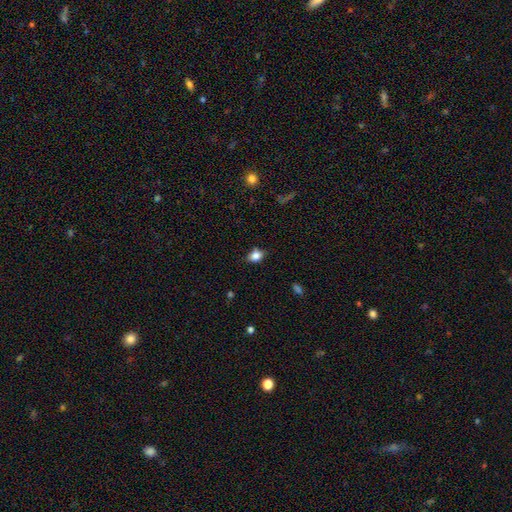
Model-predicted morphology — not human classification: type=smooth (82%); roundness=in between (69%); merging=none (76%).